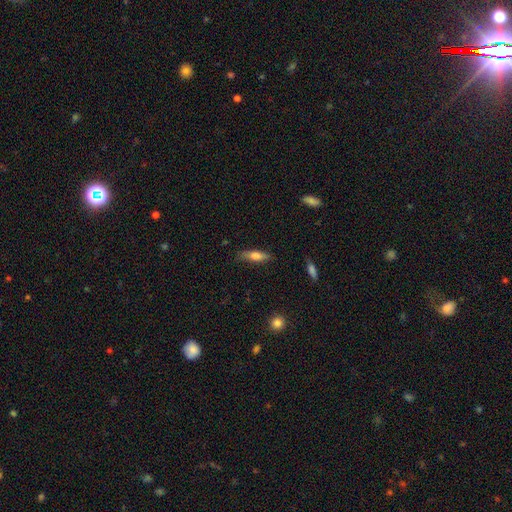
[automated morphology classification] type=smooth (67%); roundness=cigar-shaped (59%); merging=none (81%).